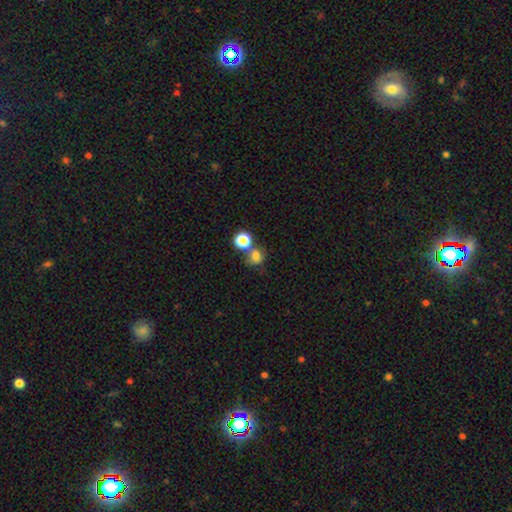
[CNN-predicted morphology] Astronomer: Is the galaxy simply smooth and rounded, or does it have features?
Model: smooth — 76%.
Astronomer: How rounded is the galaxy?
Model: round — 73%.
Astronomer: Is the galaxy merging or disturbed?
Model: none — 45% (runner-up: merger, 38%).